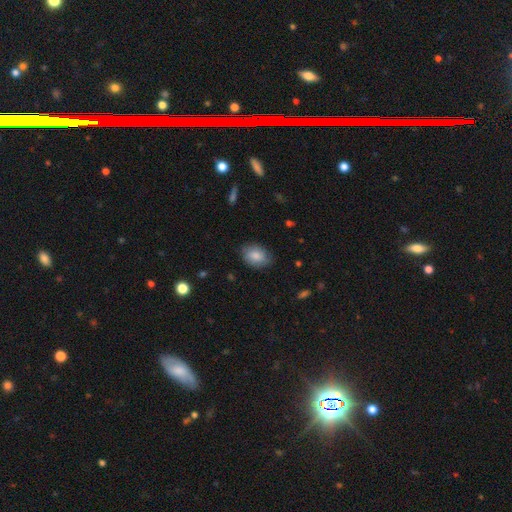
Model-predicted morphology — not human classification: Overall: smooth (82%). How rounded: in between (78%). Merging: none (80%).